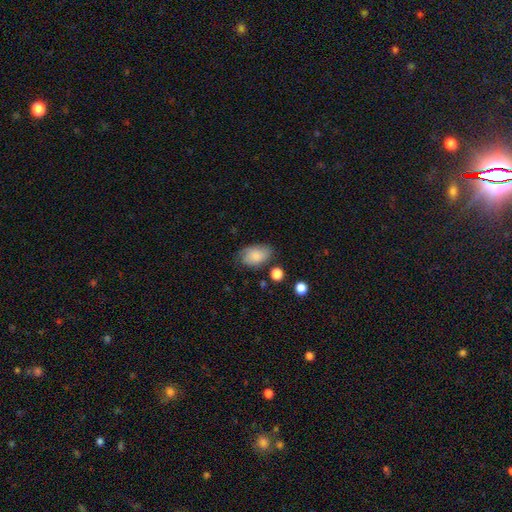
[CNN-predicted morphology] Smooth or featured?
  - smooth: 82% *
  - featured or disk: 11%
  - star or artifact: 7%
How rounded?
  - in between: 88% *
  - round: 10%
  - cigar-shaped: 1%
Merging?
  - none: 69% *
  - minor disturbance: 23%
  - major disturbance: 6%
  - merger: 3%